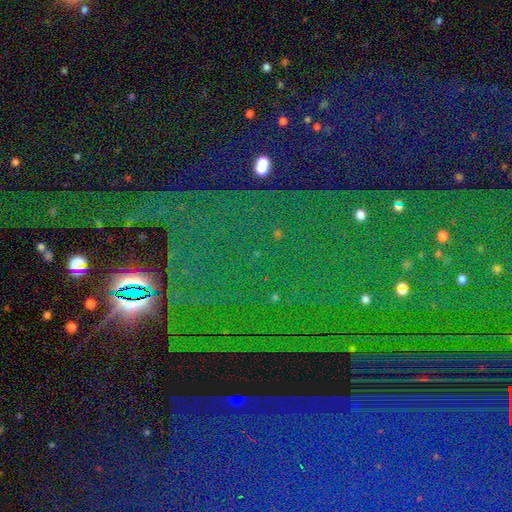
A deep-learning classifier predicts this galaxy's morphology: A star or artifact, not a galaxy (86%).

Vote fractions:
- Smooth or featured? star or artifact: 86% / featured or disk: 7% / smooth: 7%